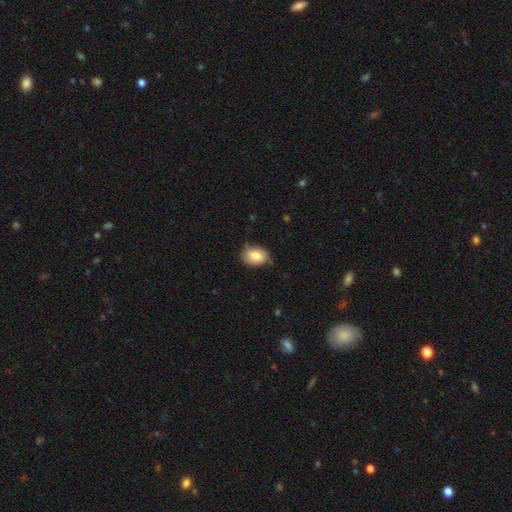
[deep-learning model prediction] Morphology: type=smooth (82%); roundness=in between (70%); merging=none (74%).